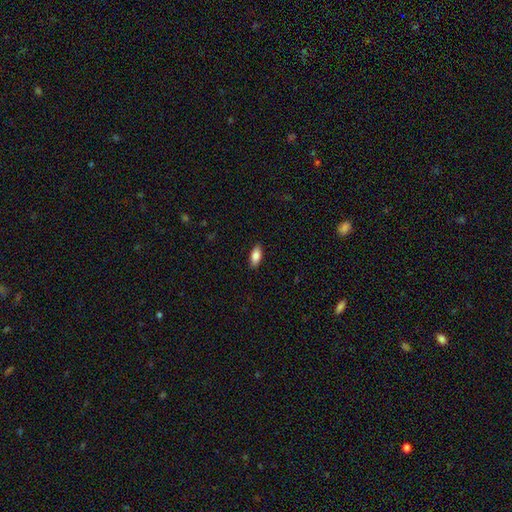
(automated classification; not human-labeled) Overall: smooth (84%). How rounded: in between (84%). Merging: none (89%).